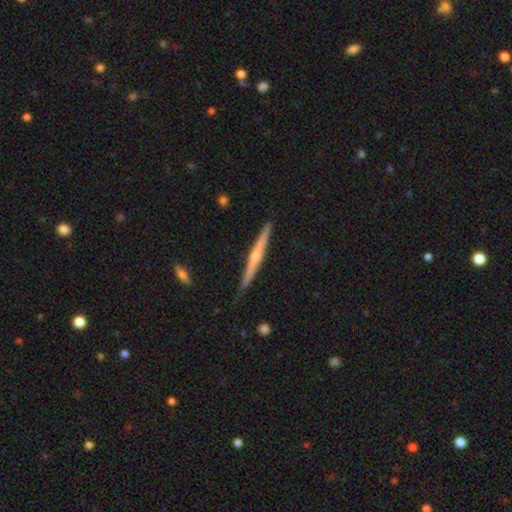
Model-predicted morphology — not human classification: Overall: featured or disk (73%). Edge-on disk: yes (98%). Edge-on bulge: rounded (75%). Merging: none (90%).